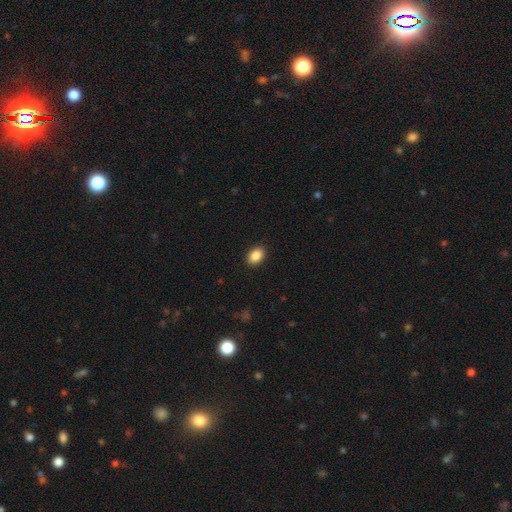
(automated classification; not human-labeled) smooth 88%, star or artifact 8%, featured or disk 4%. Down the decision tree: how rounded — in between (78%); merging — none (90%).